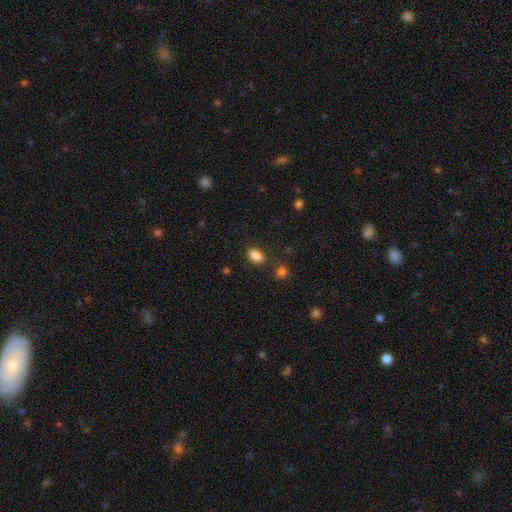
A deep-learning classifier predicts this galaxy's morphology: Smooth or featured? Predicted: smooth (p=0.87). How rounded? Predicted: in between (p=0.88). Merging? Predicted: none (p=0.82).